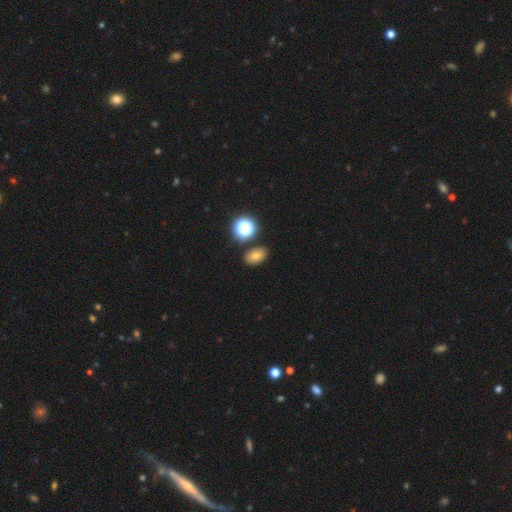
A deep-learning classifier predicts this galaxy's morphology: smooth-or-featured: smooth: 69% | star or artifact: 19% | featured or disk: 12%
  how-rounded: in between: 76% | round: 23% | cigar-shaped: 1%
  merging: none: 81% | minor disturbance: 10% | merger: 6% | major disturbance: 3%